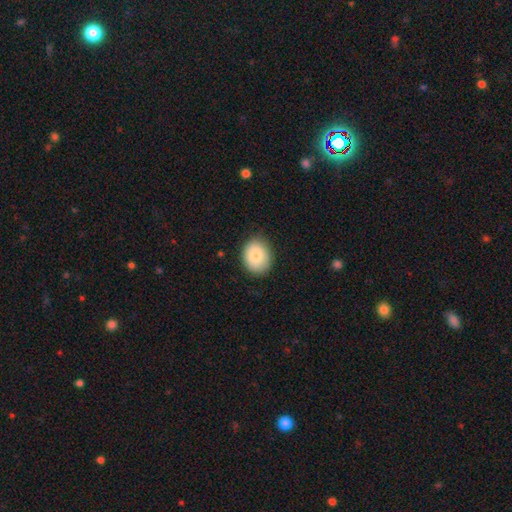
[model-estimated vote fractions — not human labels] smooth-or-featured: smooth: 82% | featured or disk: 11% | star or artifact: 7%
  how-rounded: in between: 52% | round: 48% | cigar-shaped: 1%
  merging: none: 83% | minor disturbance: 13% | major disturbance: 3% | merger: 1%